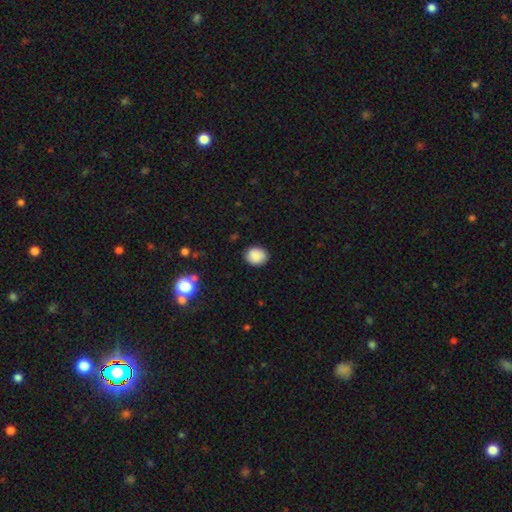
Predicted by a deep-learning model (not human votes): smooth_or_featured: smooth (p=0.88) [alt: star or artifact p=0.08]
how_rounded: round (p=0.67) [alt: in between p=0.32]
merging: none (p=0.88) [alt: minor disturbance p=0.09]